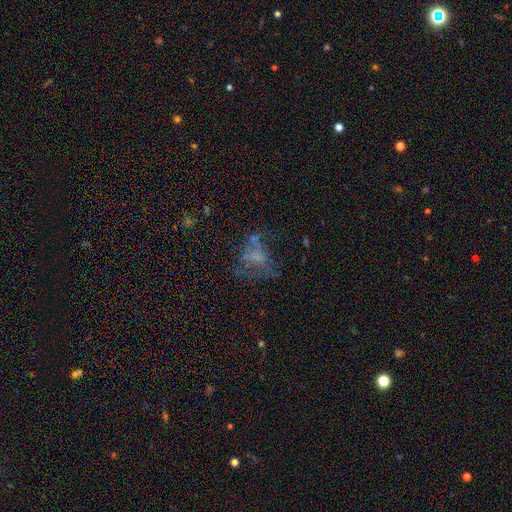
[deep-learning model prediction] smooth_or_featured: featured or disk (p=0.39) [alt: smooth p=0.36]
merging: none (p=0.38) [alt: major disturbance p=0.36]